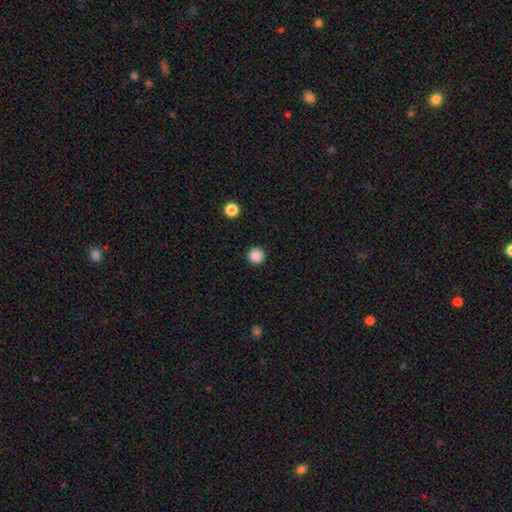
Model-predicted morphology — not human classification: smooth_or_featured: smooth (p=0.87) [alt: star or artifact p=0.10]
how_rounded: round (p=0.96) [alt: in between p=0.03]
merging: none (p=0.93) [alt: minor disturbance p=0.05]